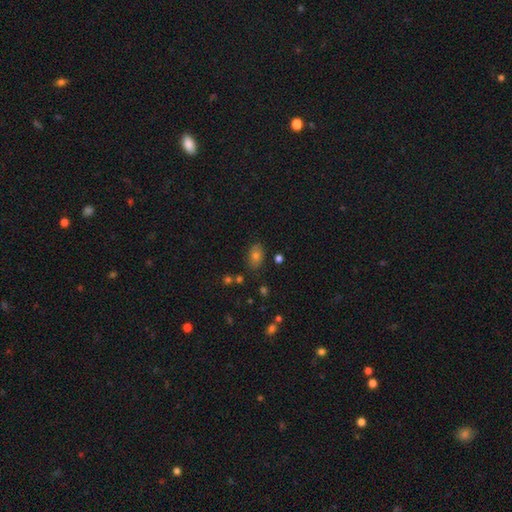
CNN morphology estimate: Smooth or featured? Predicted: smooth (p=0.68). How rounded? Predicted: in between (p=0.79). Merging? Predicted: none (p=0.80).